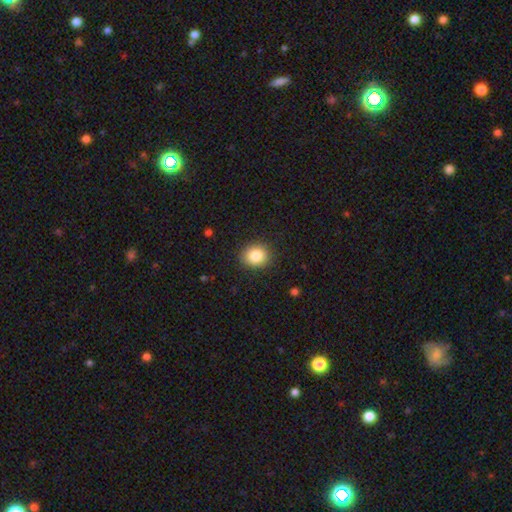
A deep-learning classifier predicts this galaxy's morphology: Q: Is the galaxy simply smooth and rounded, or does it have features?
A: smooth — 85%.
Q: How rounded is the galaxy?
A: round — 72%.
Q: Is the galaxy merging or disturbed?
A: none — 89%.